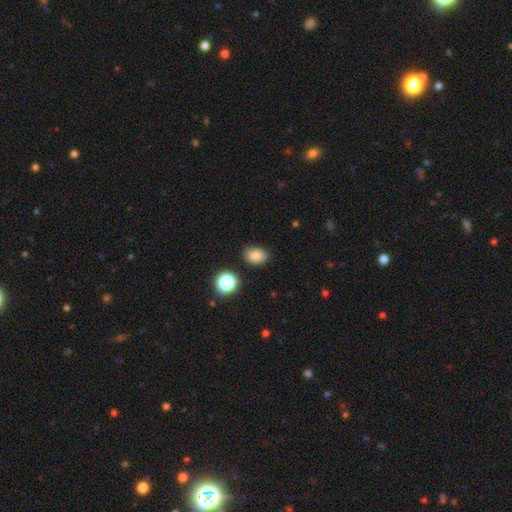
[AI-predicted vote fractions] smooth_or_featured: smooth (p=0.82) [alt: star or artifact p=0.12]
how_rounded: in between (p=0.65) [alt: round p=0.34]
merging: none (p=0.82) [alt: minor disturbance p=0.13]